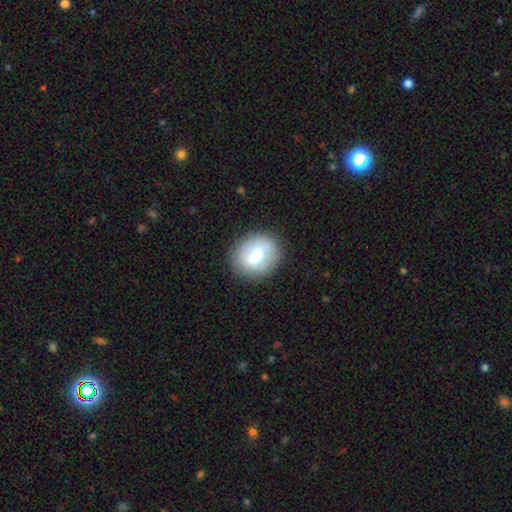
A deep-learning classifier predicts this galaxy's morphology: A smooth galaxy with no disk features (58%) that is round (64%). Merging: none (76%).